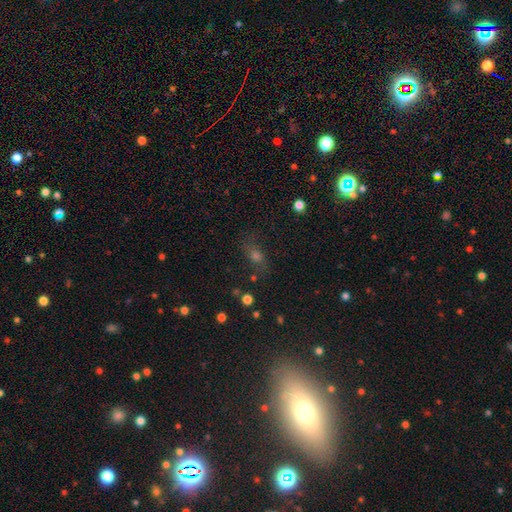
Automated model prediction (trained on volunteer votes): smooth-or-featured: smooth: 43% | star or artifact: 33% | featured or disk: 24%
  merging: none: 70% | minor disturbance: 17% | major disturbance: 10% | merger: 3%